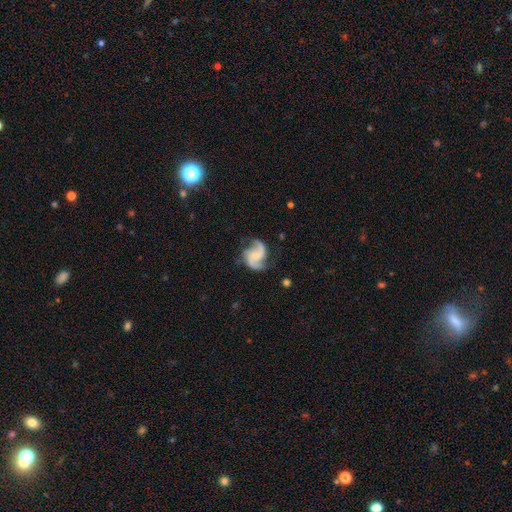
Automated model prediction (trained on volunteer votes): The model was most divided on "spiral winding": medium: 45%, loose: 43%, tight: 12%. Remaining: edge-on disk — no (98%); spiral arms — yes (97%); smooth or featured — featured or disk (86%); spiral arm count — 2 (85%); merging — none (67%); bar — no (58%); bulge size — small (45%).